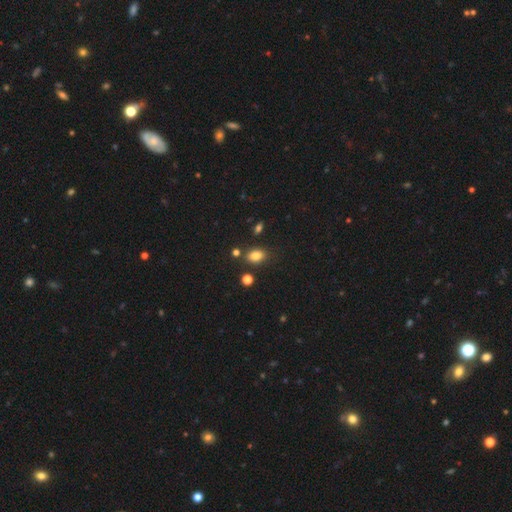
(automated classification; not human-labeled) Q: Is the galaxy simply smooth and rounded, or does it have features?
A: smooth — 82%.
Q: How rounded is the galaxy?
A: in between — 74%.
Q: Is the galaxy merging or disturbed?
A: none — 78%.